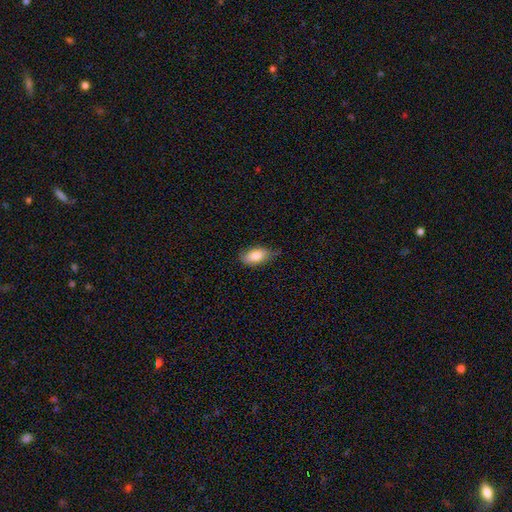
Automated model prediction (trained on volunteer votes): Q: Smooth or featured?
A: smooth (84%); runner-up: featured or disk (9%)
Q: How rounded?
A: in between (91%); runner-up: cigar-shaped (5%)
Q: Merging?
A: none (64%); runner-up: minor disturbance (30%)